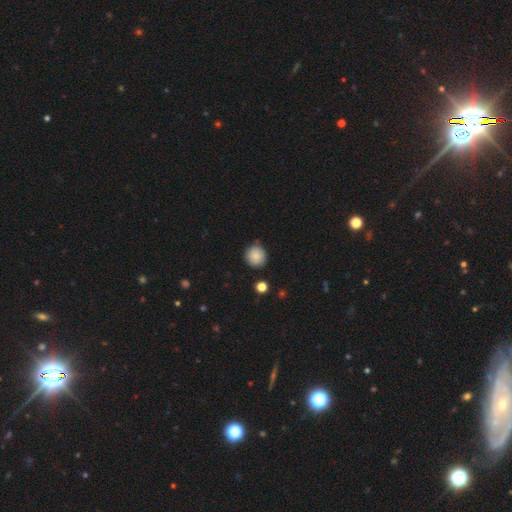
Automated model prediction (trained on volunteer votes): This appears to be a smooth galaxy with no disk features (86%) that is round (89%). Merging: none (78%).